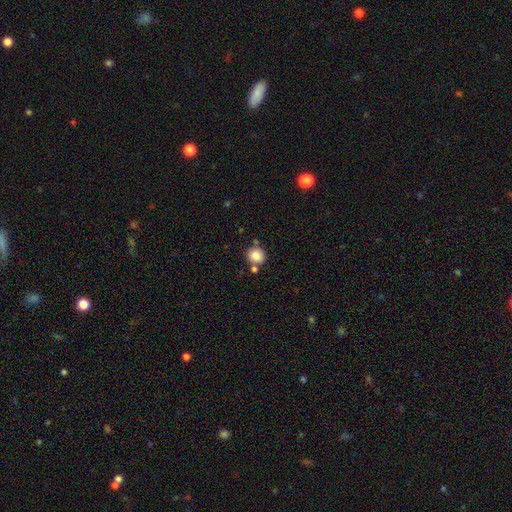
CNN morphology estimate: Smooth or featured: smooth — 83% (star or artifact — 10%)
How rounded: round — 87% (in between — 12%)
Merging: none — 73% (merger — 15%)